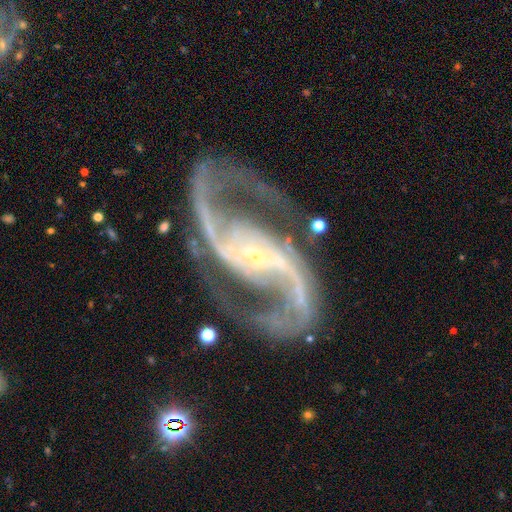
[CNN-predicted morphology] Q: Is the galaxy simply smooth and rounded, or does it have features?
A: featured or disk — 94%.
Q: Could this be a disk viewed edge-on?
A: no — 98%.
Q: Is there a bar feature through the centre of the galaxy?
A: strong — 43%.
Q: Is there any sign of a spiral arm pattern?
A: yes — 99%.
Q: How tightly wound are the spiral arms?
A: medium — 56%.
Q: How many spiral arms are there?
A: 2 — 94%.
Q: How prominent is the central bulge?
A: small — 84%.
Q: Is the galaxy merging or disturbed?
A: none — 75%.